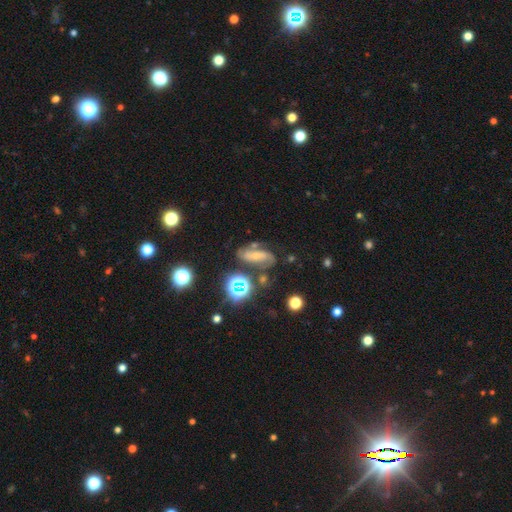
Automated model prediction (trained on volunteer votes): Q: Smooth or featured?
A: featured or disk (51%); runner-up: smooth (27%)
Q: Edge-on disk?
A: no (90%); runner-up: yes (10%)
Q: Merging?
A: none (59%); runner-up: minor disturbance (20%)